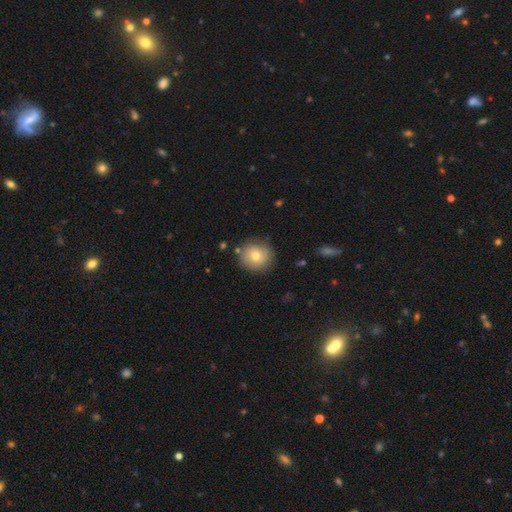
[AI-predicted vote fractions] The model was most divided on "smooth or featured": smooth: 70%, featured or disk: 22%, star or artifact: 9%. More confident: how rounded — round (88%); merging — none (80%).